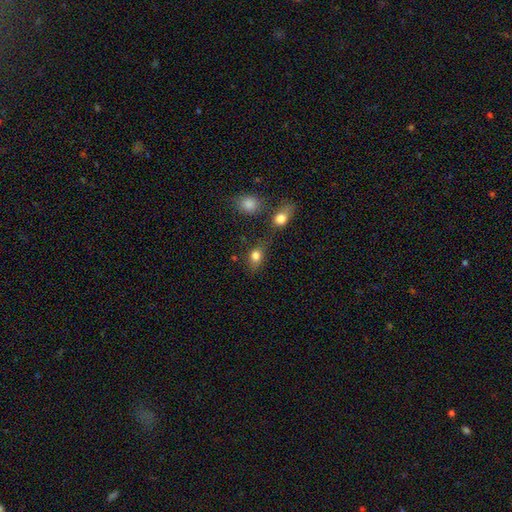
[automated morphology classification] A smooth galaxy with no disk features (79%) that is in between round and cigar-shaped (56%). Merging: none (54%).